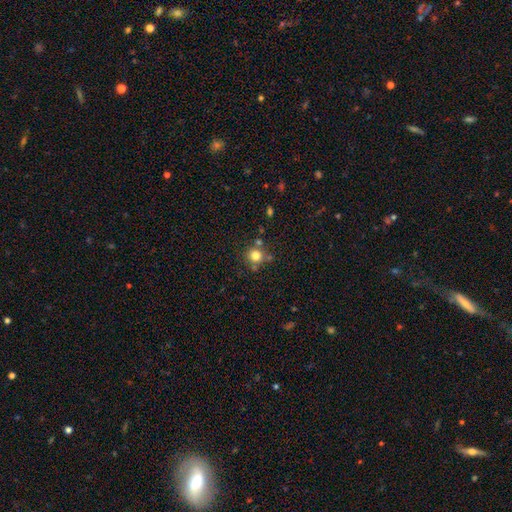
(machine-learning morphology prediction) Smooth or featured?
  - smooth: 79% *
  - star or artifact: 14%
  - featured or disk: 8%
How rounded?
  - round: 91% *
  - in between: 8%
  - cigar-shaped: 1%
Merging?
  - none: 72% *
  - merger: 13%
  - minor disturbance: 11%
  - major disturbance: 4%